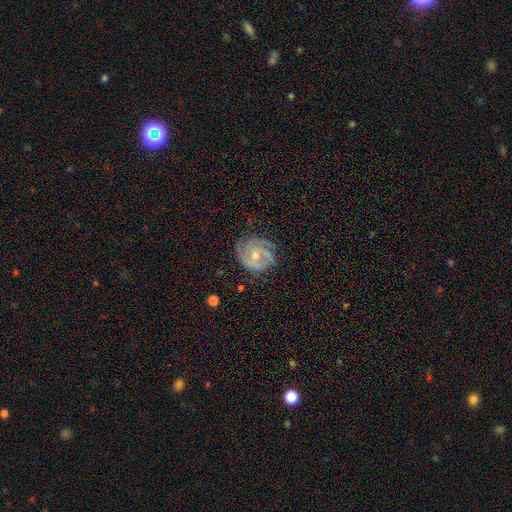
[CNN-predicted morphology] Smooth or featured: featured or disk — 77% (smooth — 16%)
Edge-on disk: no — 98% (yes — 2%)
Bar: no — 67% (weak — 28%)
Spiral arms: yes — 92% (no — 8%)
Spiral winding: tight — 58% (medium — 32%)
Spiral arm count: 3 — 28% (tied with can't tell — 28%)
Bulge size: moderate — 50% (small — 46%)
Merging: none — 67% (minor disturbance — 22%)